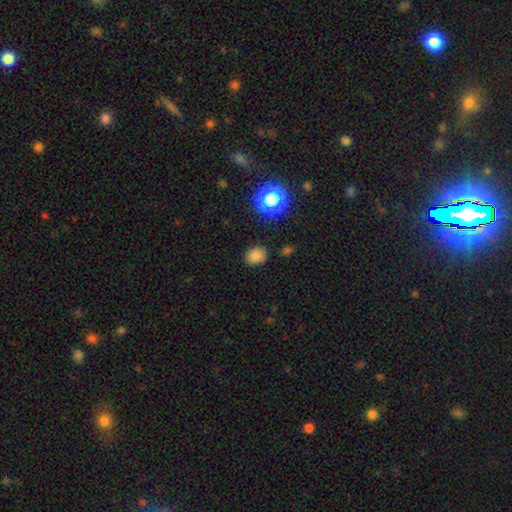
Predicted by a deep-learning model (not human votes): Smooth or featured? smooth (80%)
How rounded? round (51%)
Merging? none (84%)